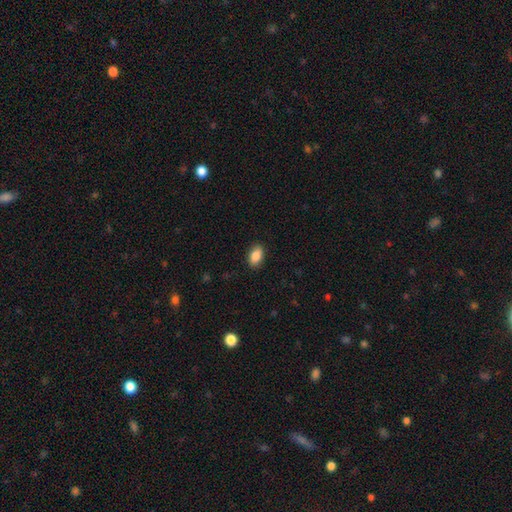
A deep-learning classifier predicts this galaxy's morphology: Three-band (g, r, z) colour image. It shows a smooth galaxy with no disk features (87%) that is in between round and cigar-shaped (91%). Merging: none (89%).